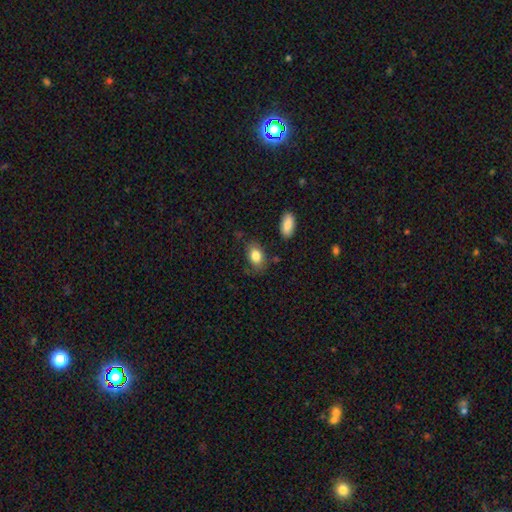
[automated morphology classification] This is clearly a smooth galaxy (83%). How rounded: clearly in between (86%). Merging: likely none (72%).